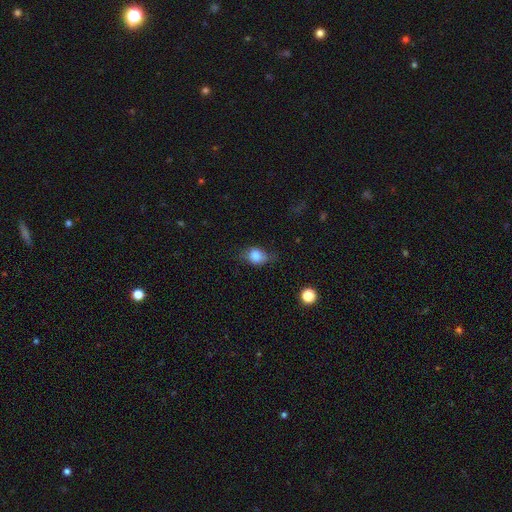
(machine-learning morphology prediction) Smooth or featured?
  - smooth: 79% *
  - featured or disk: 11%
  - star or artifact: 9%
How rounded?
  - in between: 52% *
  - round: 46%
  - cigar-shaped: 2%
Merging?
  - none: 55% *
  - minor disturbance: 31%
  - major disturbance: 12%
  - merger: 2%